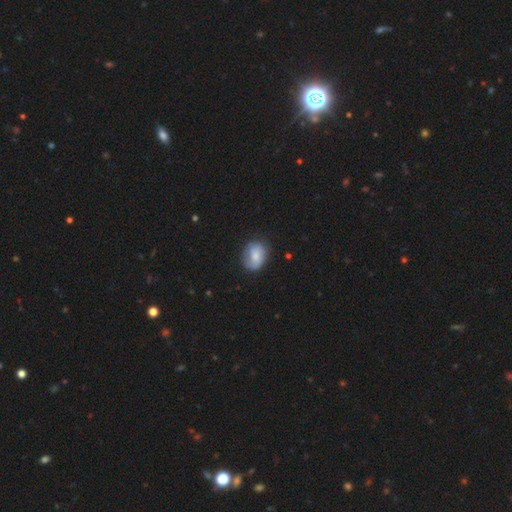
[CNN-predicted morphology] A smooth galaxy with no disk features (70%) that is in between round and cigar-shaped (55%). Merging: none (60%).